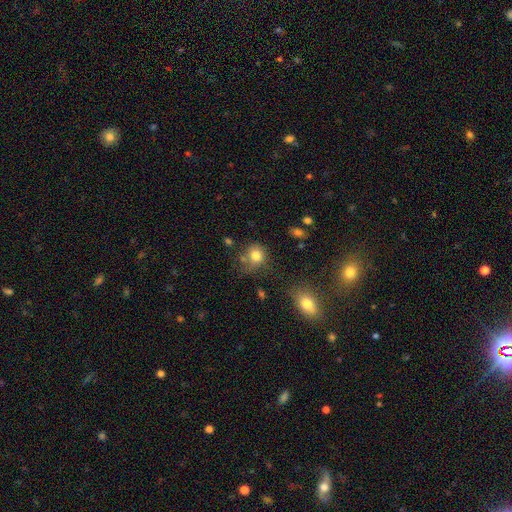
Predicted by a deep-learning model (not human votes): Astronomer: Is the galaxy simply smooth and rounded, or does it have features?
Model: smooth — 80%.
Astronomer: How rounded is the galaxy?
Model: round — 74%.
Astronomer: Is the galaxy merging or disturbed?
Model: none — 57%.